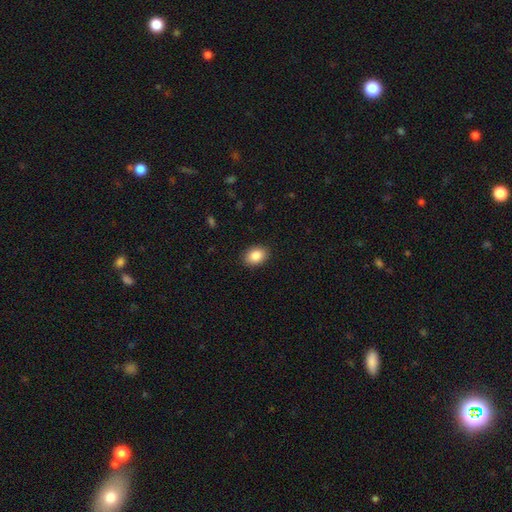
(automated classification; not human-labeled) A smooth galaxy with no disk features (88%) that is in between round and cigar-shaped (77%).

Vote fractions:
- Smooth or featured? smooth: 88% / star or artifact: 8% / featured or disk: 5%
- How rounded? in between: 77% / round: 22% / cigar-shaped: 1%
- Merging? none: 89% / minor disturbance: 8% / major disturbance: 2% / merger: 1%